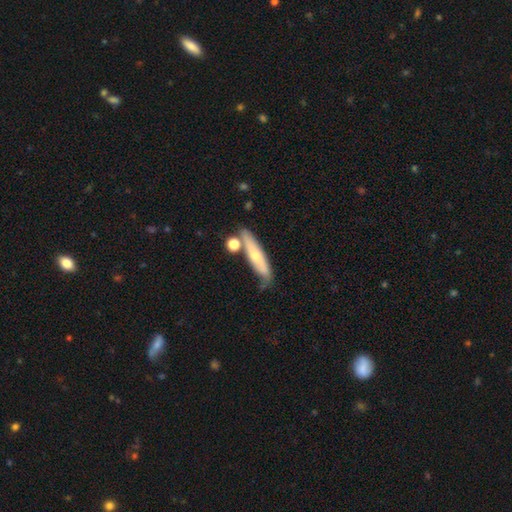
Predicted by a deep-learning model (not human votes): Q: Smooth or featured?
A: smooth (50%); runner-up: featured or disk (43%)
Q: How rounded?
A: cigar-shaped (76%); runner-up: in between (21%)
Q: Merging?
A: none (60%); runner-up: minor disturbance (21%)